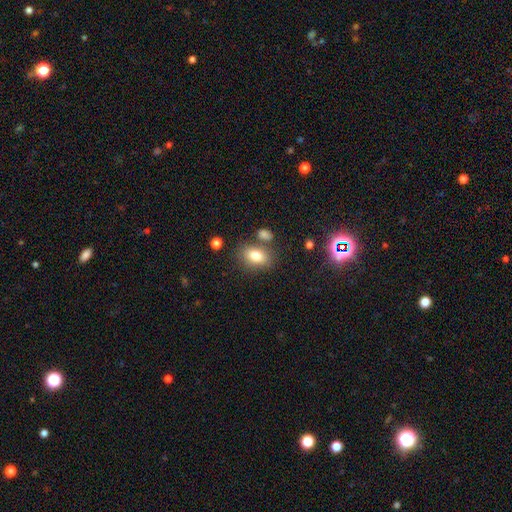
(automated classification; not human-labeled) This is likely a smooth galaxy (79%). How rounded: clearly in between (81%). Merging: likely none (70%).